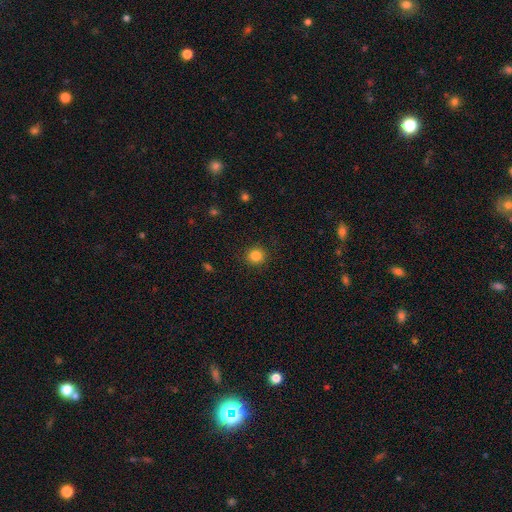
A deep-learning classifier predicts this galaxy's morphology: Overall: smooth (83%). How rounded: round (92%). Merging: none (91%).